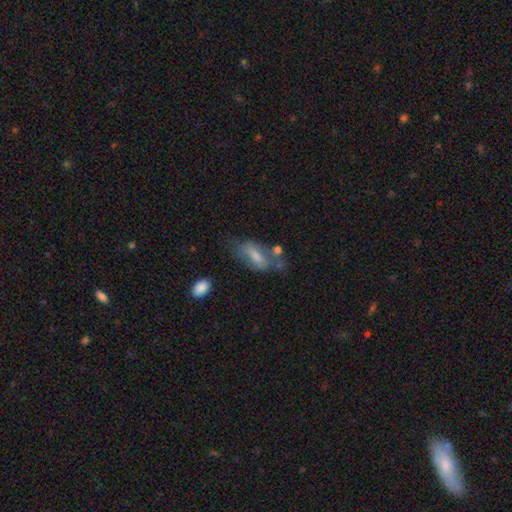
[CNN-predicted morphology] Smooth or featured?
  - smooth: 57% *
  - featured or disk: 34%
  - star or artifact: 8%
How rounded?
  - in between: 76% *
  - cigar-shaped: 20%
  - round: 4%
Merging?
  - none: 49% *
  - minor disturbance: 25%
  - major disturbance: 15%
  - merger: 11%